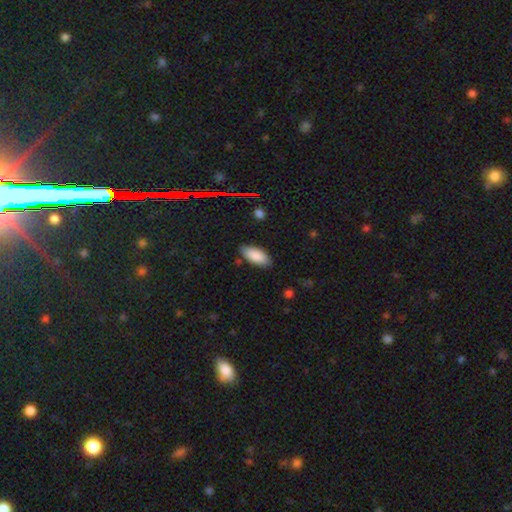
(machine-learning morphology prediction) type=smooth (88%); roundness=in between (89%); merging=none (82%).